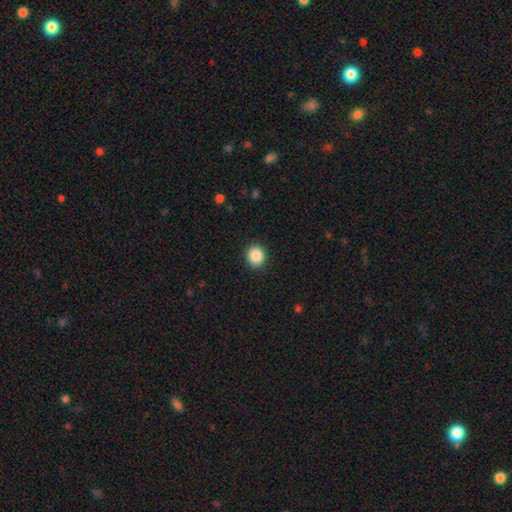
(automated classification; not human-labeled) The model was most divided on "how rounded": round: 83%, in between: 16%, cigar-shaped: 1%. More confident: merging — none (92%); smooth or featured — smooth (88%).